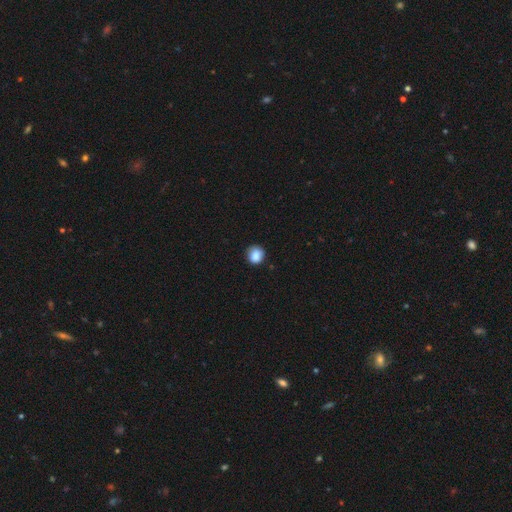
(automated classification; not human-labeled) Morphology: type=smooth (86%); roundness=round (85%); merging=none (81%).